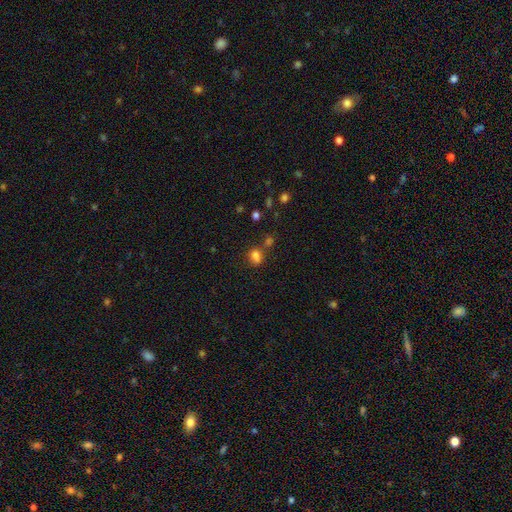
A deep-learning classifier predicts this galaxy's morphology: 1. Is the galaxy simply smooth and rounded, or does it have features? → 74% smooth, 18% star or artifact, 8% featured or disk.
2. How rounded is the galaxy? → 52% in between, 46% round, 2% cigar-shaped.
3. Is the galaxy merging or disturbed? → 48% none, 30% merger, 15% minor disturbance, 7% major disturbance.